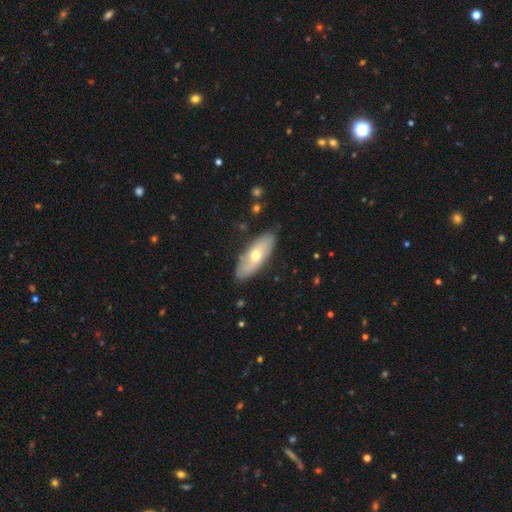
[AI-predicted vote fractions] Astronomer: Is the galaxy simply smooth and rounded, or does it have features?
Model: smooth — 53% (runner-up: featured or disk, 42%).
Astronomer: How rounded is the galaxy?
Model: in between — 69%.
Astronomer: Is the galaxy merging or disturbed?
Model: none — 84%.